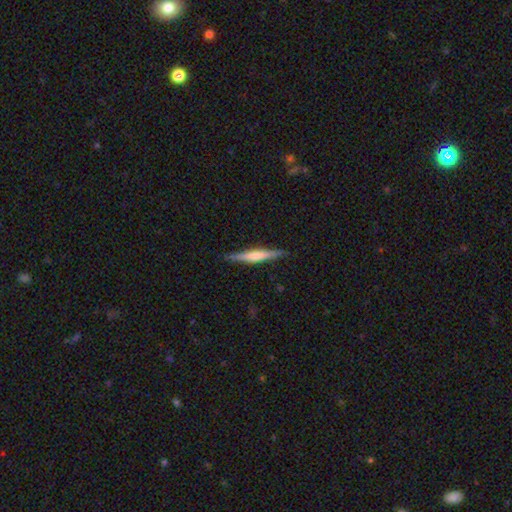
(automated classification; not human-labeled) This is possibly a featured or disk galaxy (56%). It is clearly viewed edge-on (97%). Edge-on bulge: marginally rounded (42%). Merging: clearly none (87%).